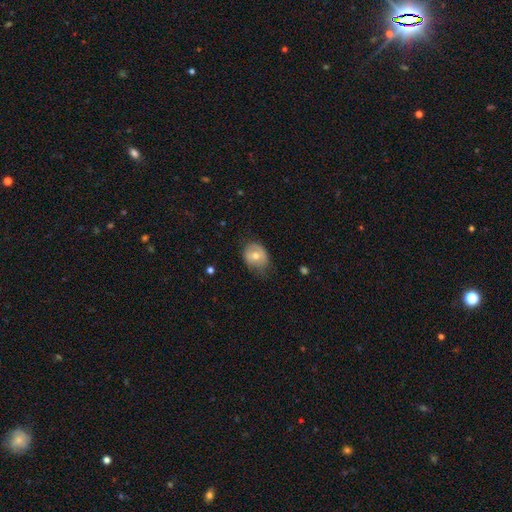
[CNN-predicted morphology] This appears to be a smooth galaxy with no disk features (63%) that is round (54%). Merging: none (58%).